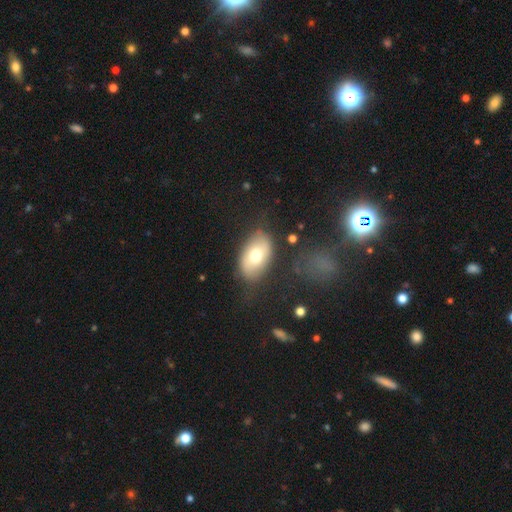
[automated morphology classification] A smooth galaxy with no disk features (65%) that is in between round and cigar-shaped (89%). Merging: none (72%).